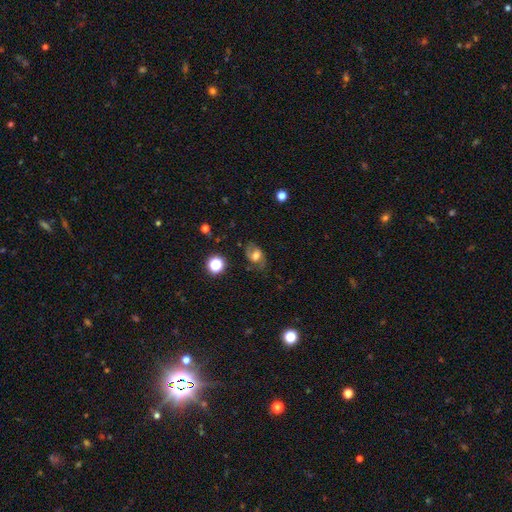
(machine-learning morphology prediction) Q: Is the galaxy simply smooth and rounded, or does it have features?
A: featured or disk — 45%.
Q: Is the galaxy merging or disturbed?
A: none — 68%.